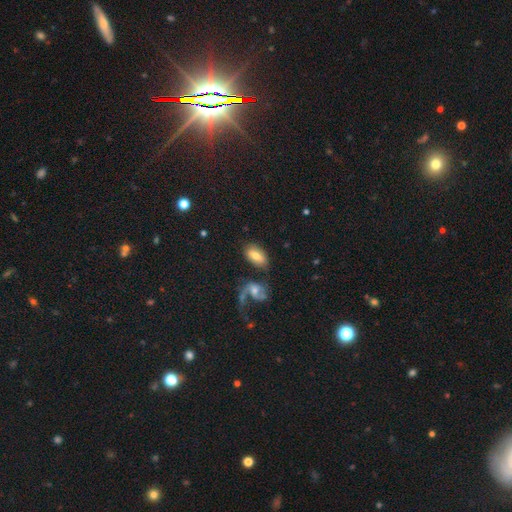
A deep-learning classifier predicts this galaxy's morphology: smooth-or-featured: smooth: 70% | featured or disk: 21% | star or artifact: 9%
  how-rounded: in between: 92% | round: 6% | cigar-shaped: 2%
  merging: none: 63% | minor disturbance: 15% | merger: 14% | major disturbance: 8%